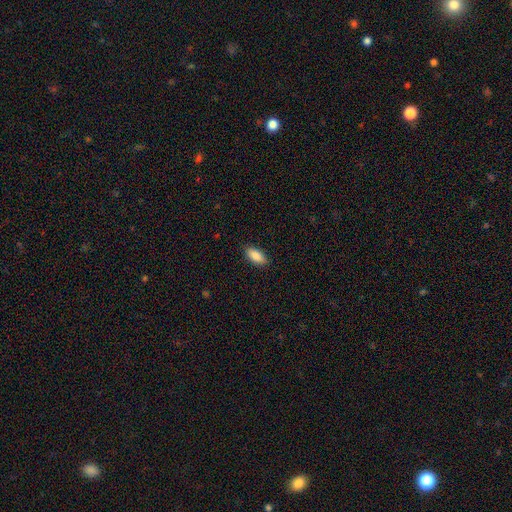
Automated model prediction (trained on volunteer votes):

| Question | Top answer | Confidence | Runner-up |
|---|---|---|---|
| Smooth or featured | smooth | 89% | star or artifact (6%) |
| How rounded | in between | 88% | cigar-shaped (10%) |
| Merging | none | 87% | minor disturbance (10%) |